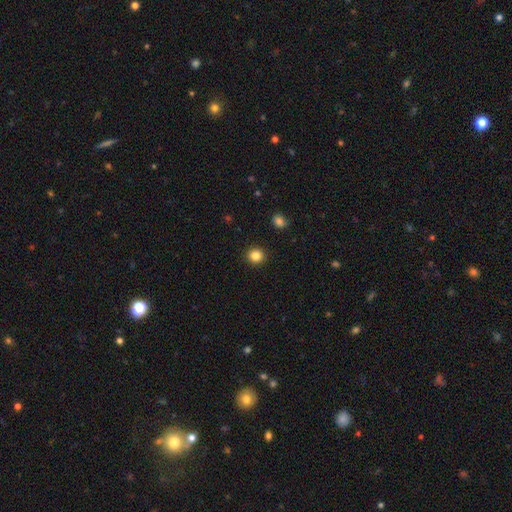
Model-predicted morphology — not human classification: Q: Smooth or featured?
A: smooth (84%); runner-up: star or artifact (11%)
Q: How rounded?
A: round (93%); runner-up: in between (6%)
Q: Merging?
A: none (92%); runner-up: minor disturbance (5%)